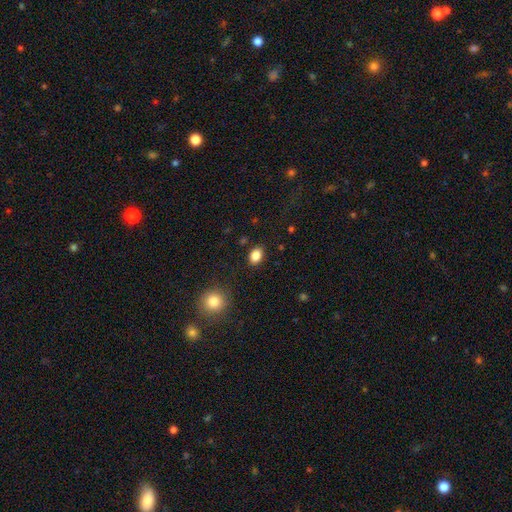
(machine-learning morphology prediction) Q: Smooth or featured?
A: smooth (86%); runner-up: star or artifact (9%)
Q: How rounded?
A: in between (74%); runner-up: round (25%)
Q: Merging?
A: none (88%); runner-up: minor disturbance (9%)